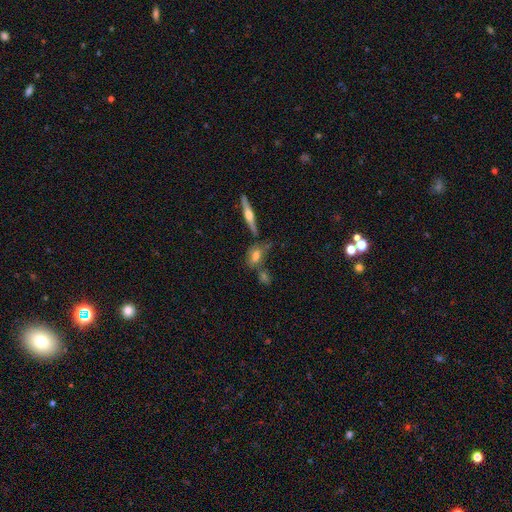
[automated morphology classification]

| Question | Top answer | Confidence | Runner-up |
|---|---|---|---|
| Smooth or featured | smooth | 58% | featured or disk (32%) |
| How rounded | in between | 75% | cigar-shaped (16%) |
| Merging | none | 56% | minor disturbance (19%) |